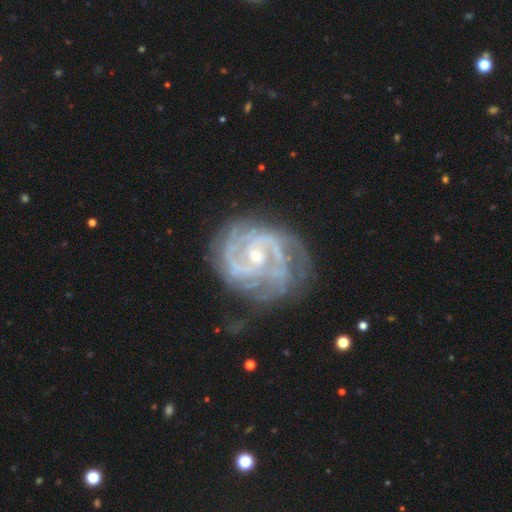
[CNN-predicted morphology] Overall: featured or disk (91%). Edge-on disk: no (98%). Bar: no (52%; weak 36%). Spiral arms: yes (97%). Spiral arm count: 2 (39%; 3 20%). Spiral winding: tight (57%; medium 36%). Bulge size: small (63%; moderate 33%). Merging: none (62%).